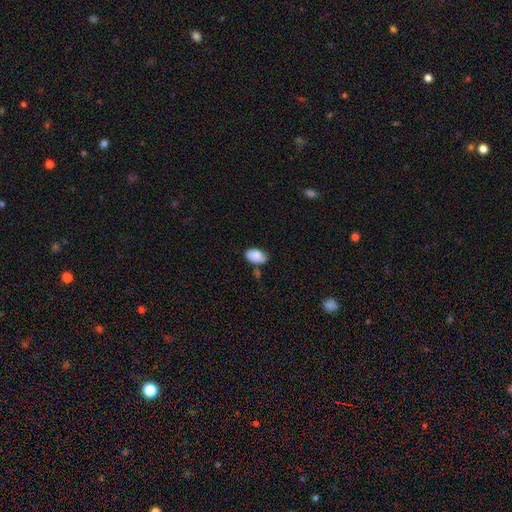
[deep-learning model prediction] The model was most divided on "merging": none: 61%, minor disturbance: 24%, merger: 10%, major disturbance: 5%. More confident: how rounded — in between (93%); smooth or featured — smooth (83%).